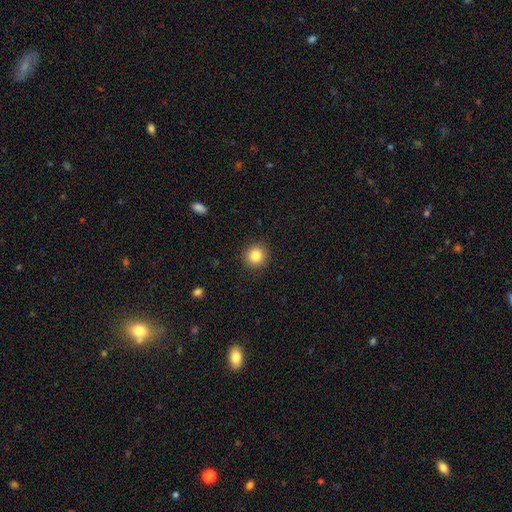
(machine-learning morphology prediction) Smooth or featured?
  - smooth: 84% *
  - star or artifact: 10%
  - featured or disk: 6%
How rounded?
  - round: 92% *
  - in between: 7%
  - cigar-shaped: 1%
Merging?
  - none: 91% *
  - minor disturbance: 6%
  - major disturbance: 2%
  - merger: 1%